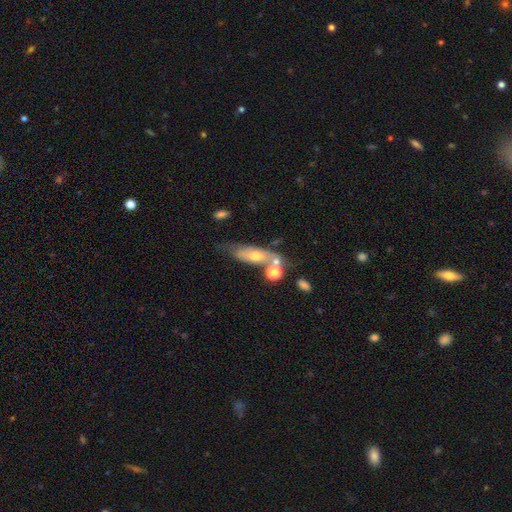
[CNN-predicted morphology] This appears to be a smooth galaxy with no disk features (50%). Merging: none (40%).